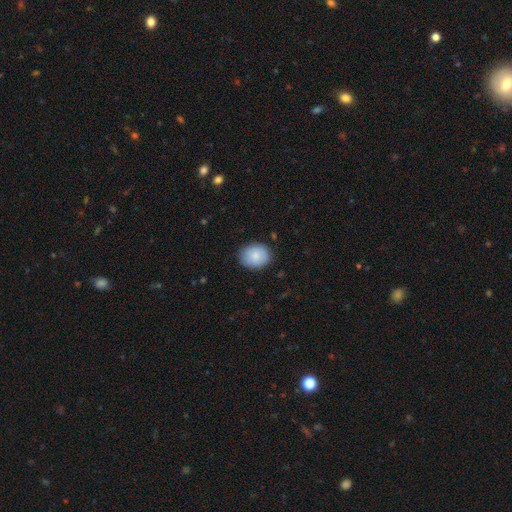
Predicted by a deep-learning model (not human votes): Smooth or featured? smooth (84%)
How rounded? round (57%)
Merging? none (85%)